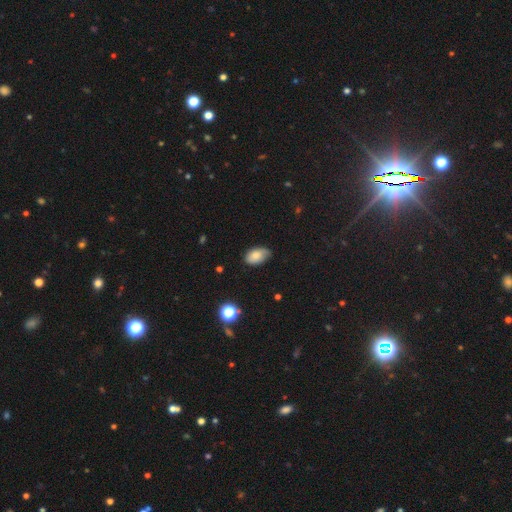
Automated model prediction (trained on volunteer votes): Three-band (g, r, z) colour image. It shows a smooth galaxy with no disk features (80%) that is in between round and cigar-shaped (91%). Merging: none (67%).